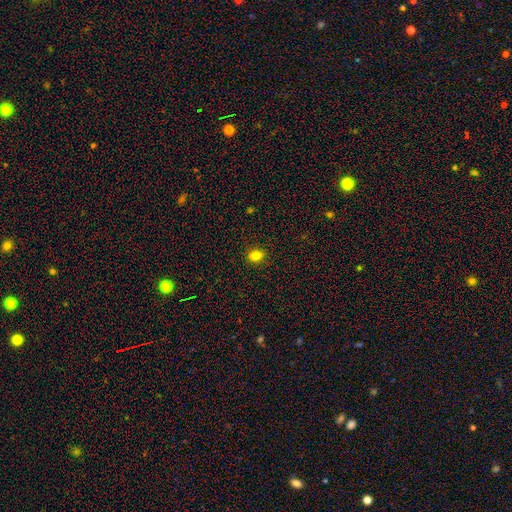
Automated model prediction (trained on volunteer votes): This appears to be a smooth galaxy with no disk features (82%) that is in between round and cigar-shaped (56%). Merging: none (89%).